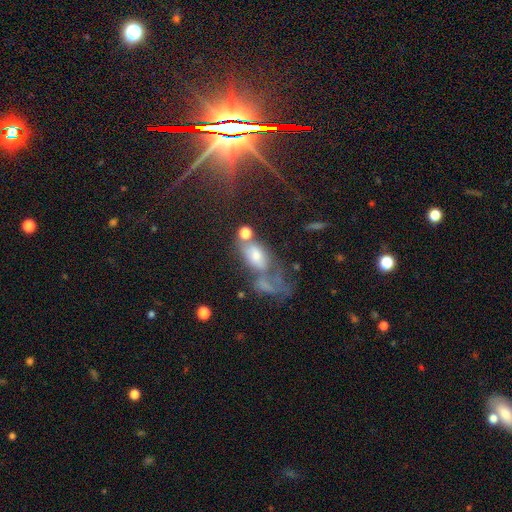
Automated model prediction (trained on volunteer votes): This appears to be a smooth galaxy with no disk features (47%). Merging: merger (35%).